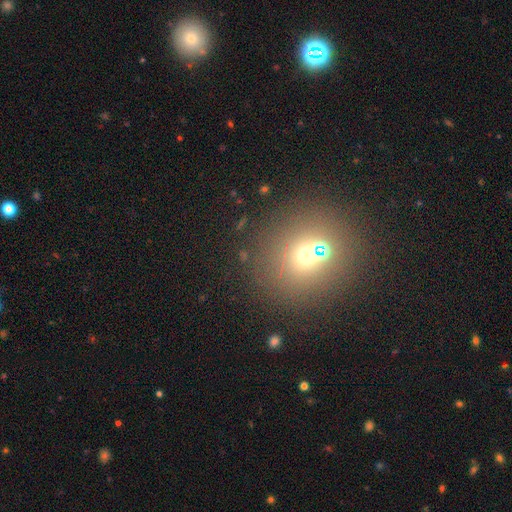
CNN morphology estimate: A smooth galaxy with no disk features (55%) that is round (79%). Merging: merger (49%).